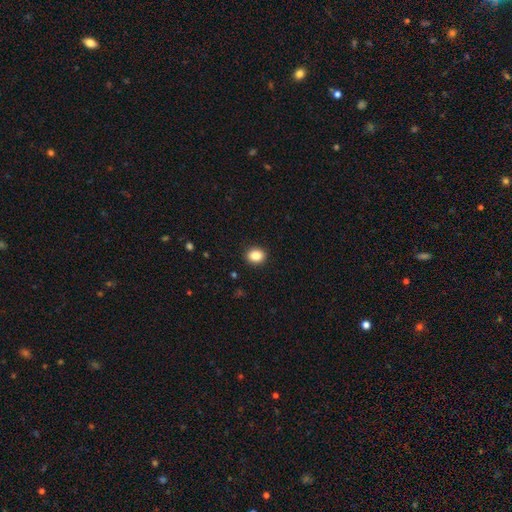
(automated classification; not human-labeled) smooth 87%, star or artifact 9%, featured or disk 4%. Down the decision tree: how rounded — round (59%); merging — none (91%).